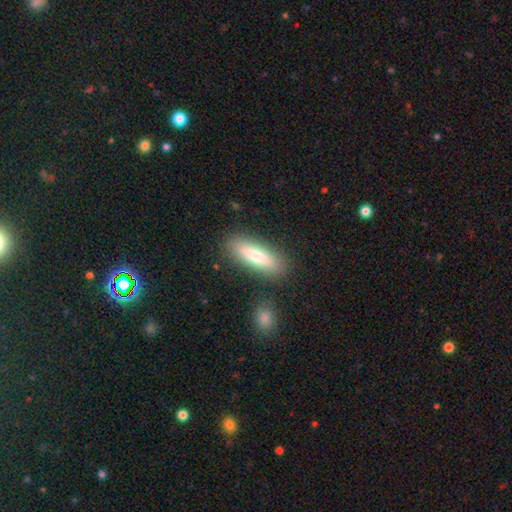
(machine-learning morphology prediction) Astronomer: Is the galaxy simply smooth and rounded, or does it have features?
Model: smooth — 74%.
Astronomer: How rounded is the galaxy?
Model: cigar-shaped — 54% (runner-up: in between, 44%).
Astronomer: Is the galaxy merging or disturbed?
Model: none — 86%.